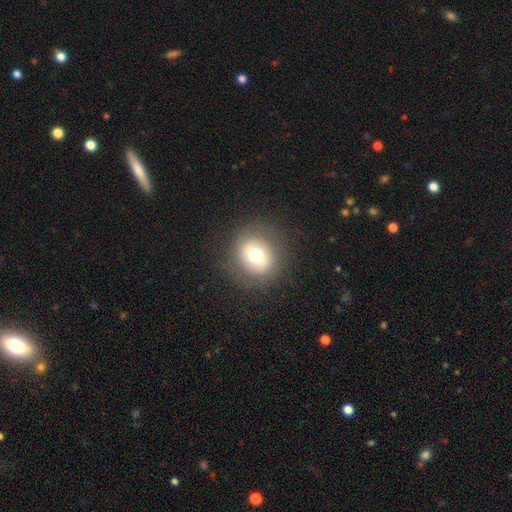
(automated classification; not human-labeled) Smooth or featured?
  - smooth: 62% *
  - featured or disk: 27%
  - star or artifact: 11%
How rounded?
  - round: 82% *
  - in between: 17%
  - cigar-shaped: 1%
Merging?
  - none: 84% *
  - minor disturbance: 10%
  - major disturbance: 6%
  - merger: 1%